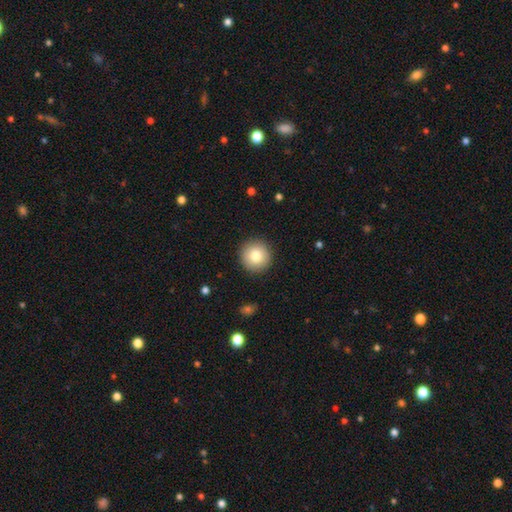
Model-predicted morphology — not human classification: A smooth galaxy with no disk features (79%) that is round (96%).

Vote fractions:
- Smooth or featured? smooth: 79% / featured or disk: 11% / star or artifact: 9%
- How rounded? round: 96% / in between: 4% / cigar-shaped: 1%
- Merging? none: 92% / minor disturbance: 5% / major disturbance: 2% / merger: 1%